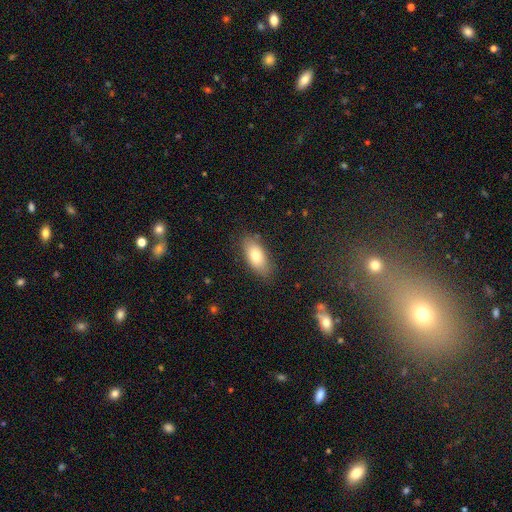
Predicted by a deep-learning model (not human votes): A smooth galaxy with no disk features (79%) that is in between round and cigar-shaped (88%).

Vote fractions:
- Smooth or featured? smooth: 79% / featured or disk: 14% / star or artifact: 7%
- How rounded? in between: 88% / cigar-shaped: 10% / round: 3%
- Merging? none: 83% / minor disturbance: 12% / major disturbance: 3% / merger: 1%